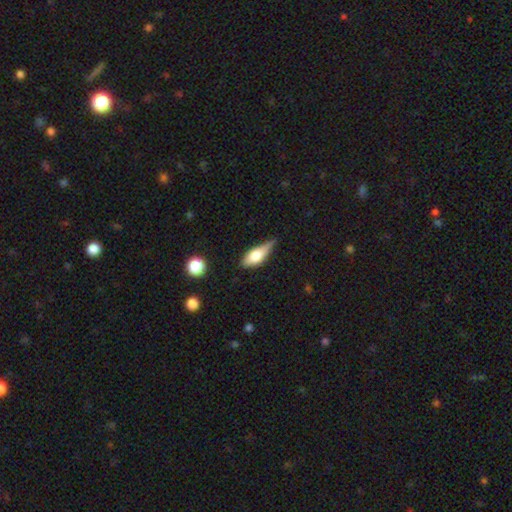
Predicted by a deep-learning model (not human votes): smooth-or-featured: smooth: 63% | featured or disk: 30% | star or artifact: 7%
  how-rounded: in between: 72% | cigar-shaped: 24% | round: 4%
  merging: none: 47% | minor disturbance: 40% | major disturbance: 10% | merger: 4%